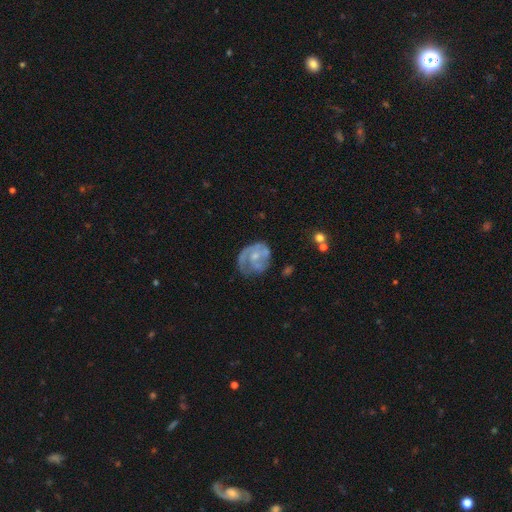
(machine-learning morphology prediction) Q: Smooth or featured?
A: featured or disk (67%); runner-up: smooth (26%)
Q: Edge-on disk?
A: no (98%); runner-up: yes (2%)
Q: Bar?
A: no (72%); runner-up: weak (24%)
Q: Spiral arms?
A: yes (63%); runner-up: no (37%)
Q: Bulge size?
A: small (48%); runner-up: moderate (35%)
Q: Merging?
A: none (47%); runner-up: minor disturbance (25%)